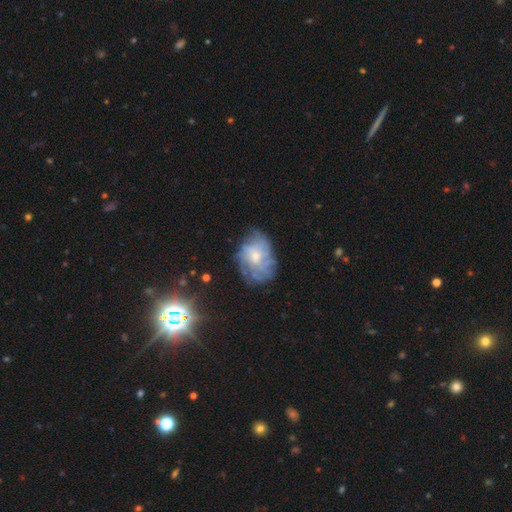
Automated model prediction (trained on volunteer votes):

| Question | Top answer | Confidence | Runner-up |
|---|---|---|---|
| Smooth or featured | featured or disk | 66% | smooth (24%) |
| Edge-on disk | no | 97% | yes (3%) |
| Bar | no | 78% | weak (20%) |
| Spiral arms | yes | 74% | no (26%) |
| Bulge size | small | 49% | moderate (42%) |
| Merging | none | 62% | minor disturbance (22%) |